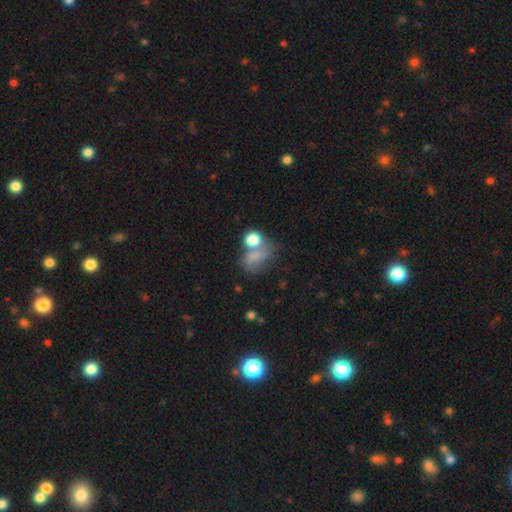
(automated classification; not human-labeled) Smooth or featured: smooth — 67% (featured or disk — 18%)
How rounded: in between — 60% (round — 38%)
Merging: merger — 35% (none — 30%)